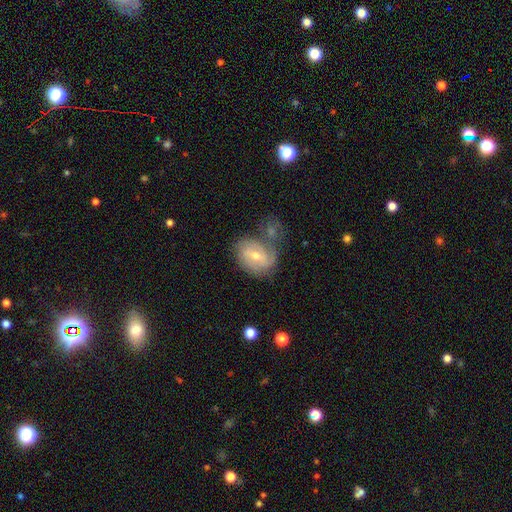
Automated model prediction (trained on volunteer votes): Overall: featured or disk (66%). Edge-on disk: no (95%). Bar: weak (50%; no 31%). Spiral arms: yes (80%). Spiral arm count: 2 (49%; can't tell 31%). Spiral winding: tight (45%; medium 37%). Bulge size: moderate (52%; small 44%). Merging: none (47%; minor disturbance 21%).